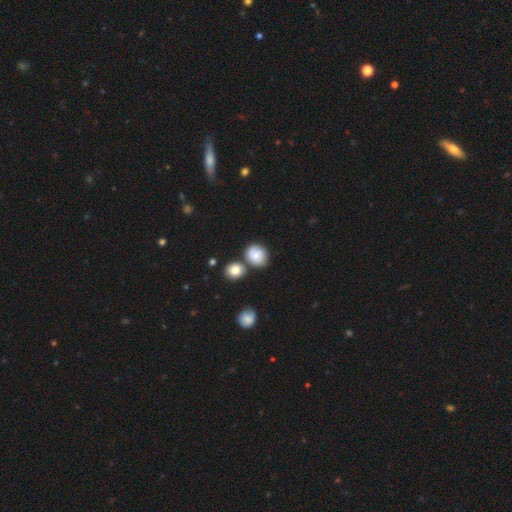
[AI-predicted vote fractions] Overall: smooth (71%). How rounded: round (71%). Merging: none (64%).